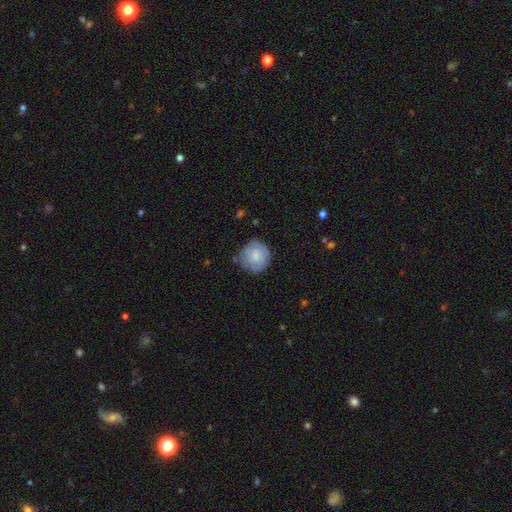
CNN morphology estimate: Smooth or featured: smooth — 72% (featured or disk — 22%)
How rounded: round — 89% (in between — 10%)
Merging: none — 68% (minor disturbance — 25%)